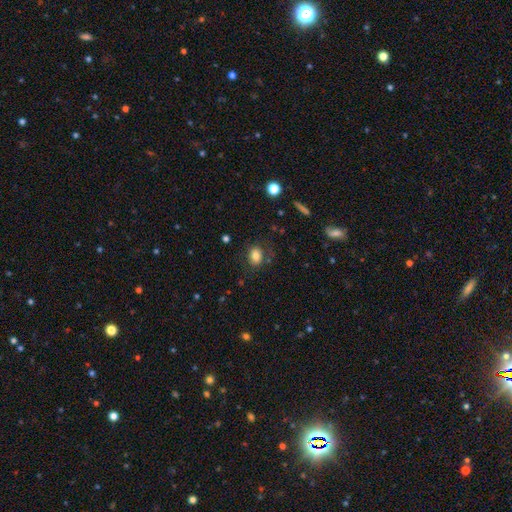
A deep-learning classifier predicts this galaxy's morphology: Overall: smooth (78%). How rounded: in between (59%; round 40%). Merging: none (74%).